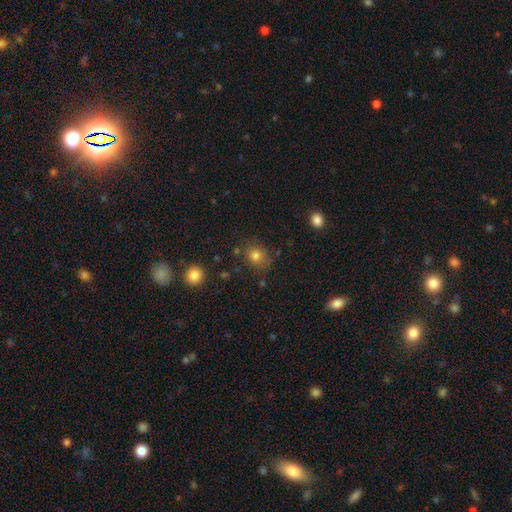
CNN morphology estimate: smooth_or_featured: smooth (p=0.79) [alt: star or artifact p=0.14]
how_rounded: round (p=0.67) [alt: in between p=0.32]
merging: none (p=0.76) [alt: minor disturbance p=0.15]